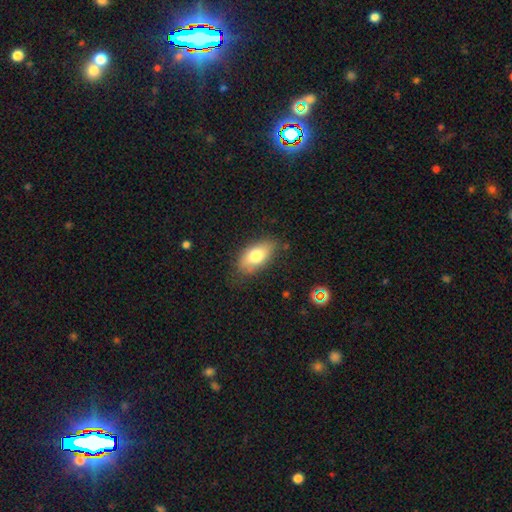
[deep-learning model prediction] smooth_or_featured: smooth (p=0.75) [alt: featured or disk p=0.18]
how_rounded: in between (p=0.89) [alt: cigar-shaped p=0.06]
merging: none (p=0.75) [alt: minor disturbance p=0.19]